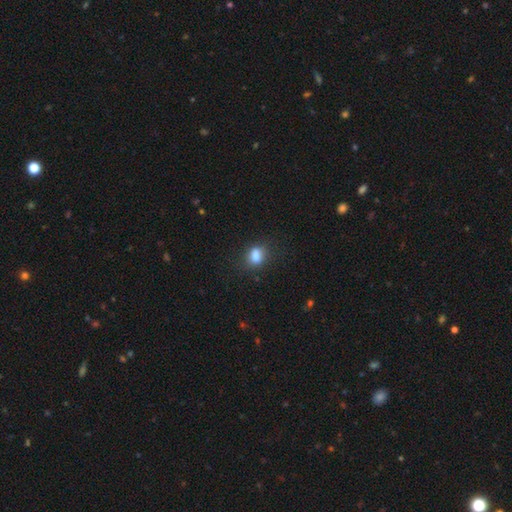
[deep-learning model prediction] Smooth or featured? Predicted: smooth (p=0.79). How rounded? Predicted: in between (p=0.64). Merging? Predicted: none (p=0.62).